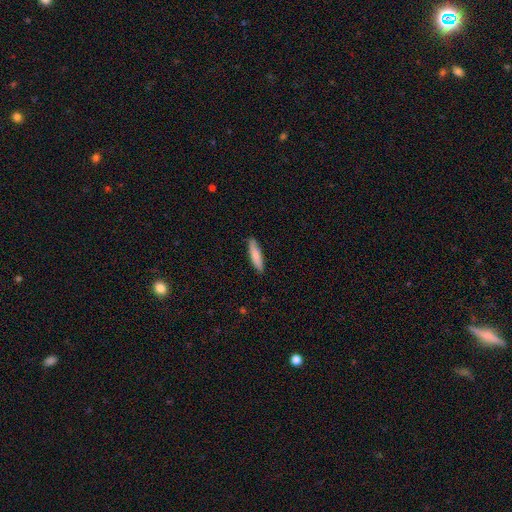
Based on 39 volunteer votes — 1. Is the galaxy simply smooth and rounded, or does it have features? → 72% smooth, 23% featured or disk, 5% star or artifact.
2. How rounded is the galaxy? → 93% cigar-shaped, 7% in between, 0% round.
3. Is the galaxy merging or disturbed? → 86% none, 8% minor disturbance, 5% major disturbance, 0% merger.